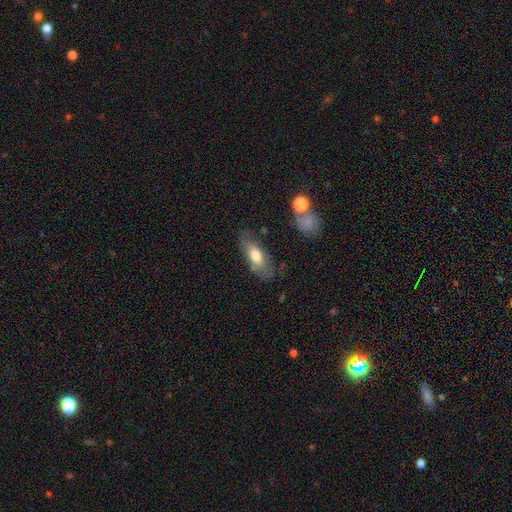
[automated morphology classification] type=smooth (64%); roundness=in between (72%); merging=none (71%).